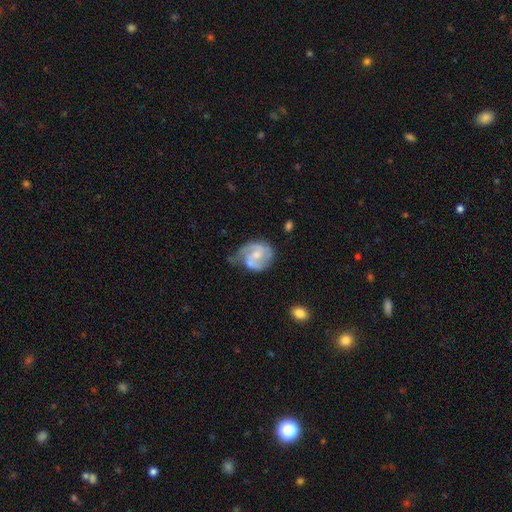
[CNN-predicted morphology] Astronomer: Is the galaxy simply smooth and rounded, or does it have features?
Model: featured or disk — 75%.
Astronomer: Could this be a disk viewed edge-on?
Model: no — 98%.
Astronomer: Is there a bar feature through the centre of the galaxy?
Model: no — 51% (runner-up: weak, 42%).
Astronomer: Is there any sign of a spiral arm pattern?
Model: yes — 88%.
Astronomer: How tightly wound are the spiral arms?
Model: medium — 47% (runner-up: tight, 34%).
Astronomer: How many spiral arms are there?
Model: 2 — 68%.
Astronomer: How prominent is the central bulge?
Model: moderate — 44% (runner-up: small, 43%).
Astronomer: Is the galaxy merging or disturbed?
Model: none — 42% (runner-up: minor disturbance, 29%).